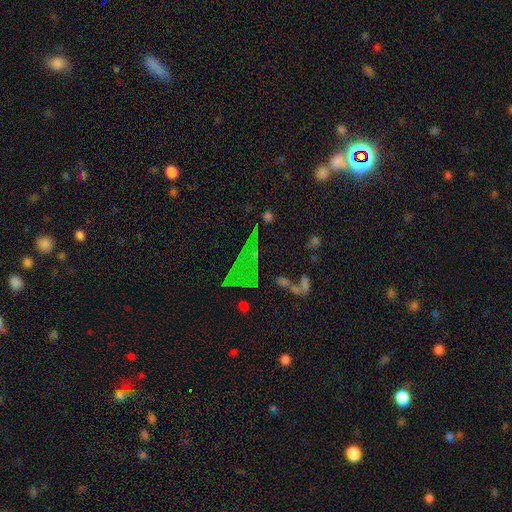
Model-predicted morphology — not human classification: This is likely a star or artifact rather than a galaxy (61%).